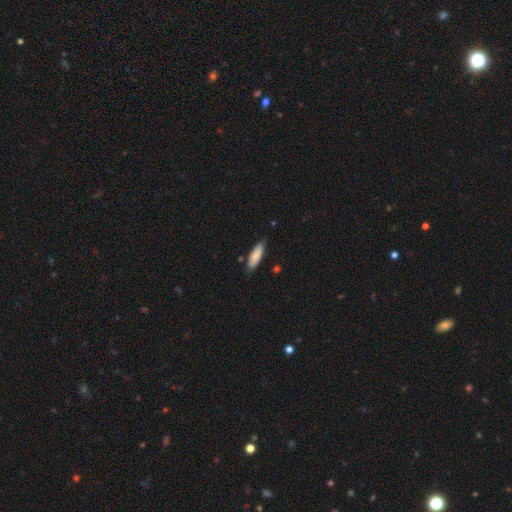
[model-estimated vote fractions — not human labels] This appears to be a smooth galaxy with no disk features (85%) that is in between round and cigar-shaped (53%). Merging: none (81%).